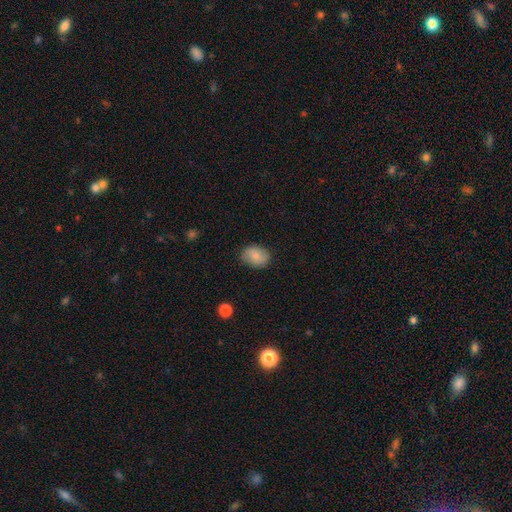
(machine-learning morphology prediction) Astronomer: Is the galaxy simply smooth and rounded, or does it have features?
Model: smooth — 75%.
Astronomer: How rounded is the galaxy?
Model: in between — 63%.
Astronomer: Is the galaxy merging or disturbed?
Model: none — 81%.